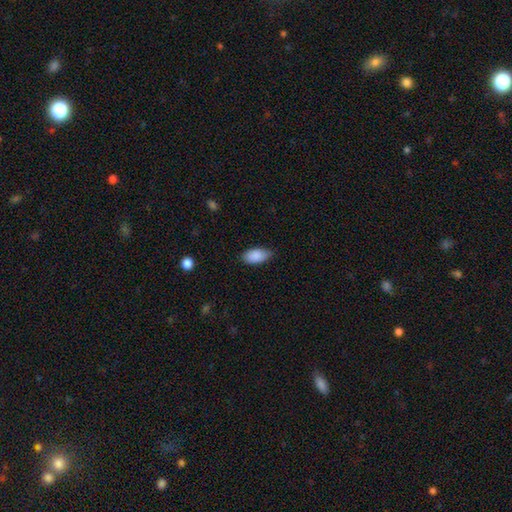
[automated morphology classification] type=smooth (88%); roundness=in between (93%); merging=none (76%).